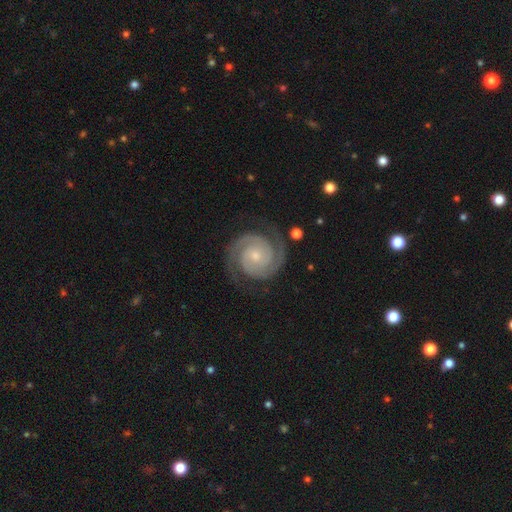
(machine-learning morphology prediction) Q: Smooth or featured?
A: featured or disk (93%); runner-up: star or artifact (4%)
Q: Edge-on disk?
A: no (98%); runner-up: yes (2%)
Q: Bar?
A: no (69%); runner-up: weak (23%)
Q: Spiral arms?
A: yes (99%); runner-up: no (1%)
Q: Spiral winding?
A: tight (75%); runner-up: medium (22%)
Q: Spiral arm count?
A: 2 (93%); runner-up: 3 (2%)
Q: Bulge size?
A: small (62%); runner-up: moderate (33%)
Q: Merging?
A: none (84%); runner-up: minor disturbance (11%)